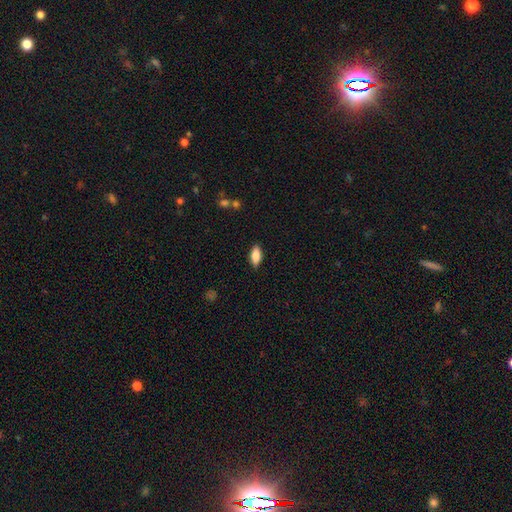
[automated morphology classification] The model was most divided on "how rounded": in between: 81%, cigar-shaped: 17%, round: 2%. More confident: merging — none (88%); smooth or featured — smooth (80%).